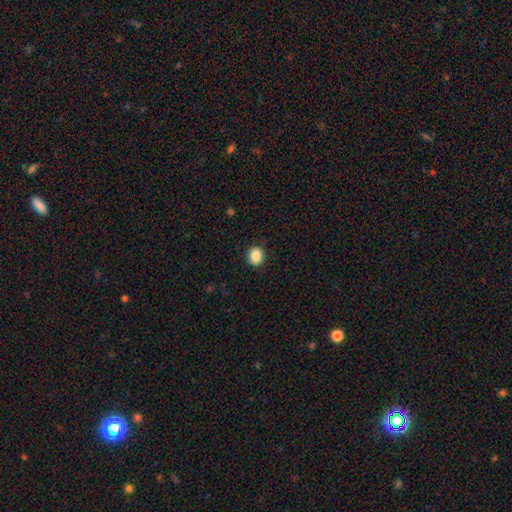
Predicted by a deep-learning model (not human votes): smooth_or_featured: smooth (p=0.88) [alt: star or artifact p=0.09]
how_rounded: round (p=0.62) [alt: in between p=0.37]
merging: none (p=0.89) [alt: minor disturbance p=0.08]